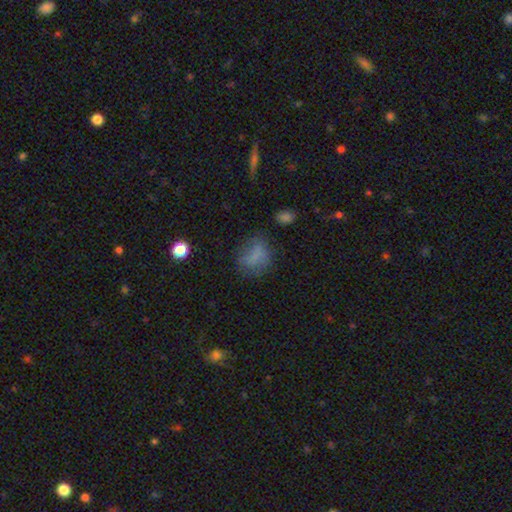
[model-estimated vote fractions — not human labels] Smooth or featured?
  - smooth: 67% *
  - featured or disk: 18%
  - star or artifact: 16%
How rounded?
  - in between: 55% *
  - round: 42%
  - cigar-shaped: 3%
Merging?
  - none: 55% *
  - minor disturbance: 24%
  - major disturbance: 17%
  - merger: 4%